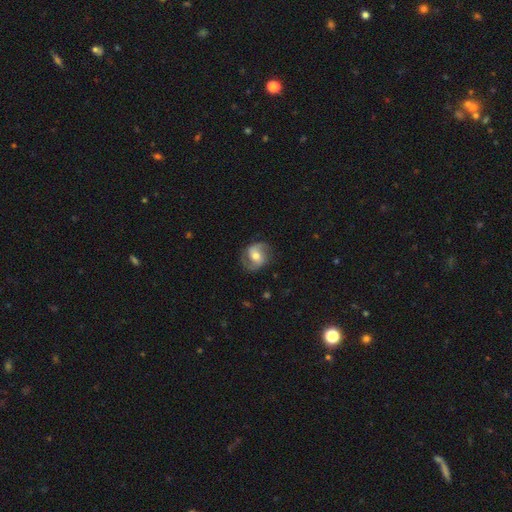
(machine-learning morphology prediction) Smooth or featured: featured or disk — 71% (smooth — 22%)
Edge-on disk: no — 97% (yes — 3%)
Bar: weak — 43% (no — 35%)
Spiral arms: yes — 91% (no — 9%)
Spiral winding: medium — 47% (loose — 33%)
Spiral arm count: 2 — 89% (can't tell — 5%)
Bulge size: moderate — 66% (small — 24%)
Merging: none — 79% (minor disturbance — 14%)